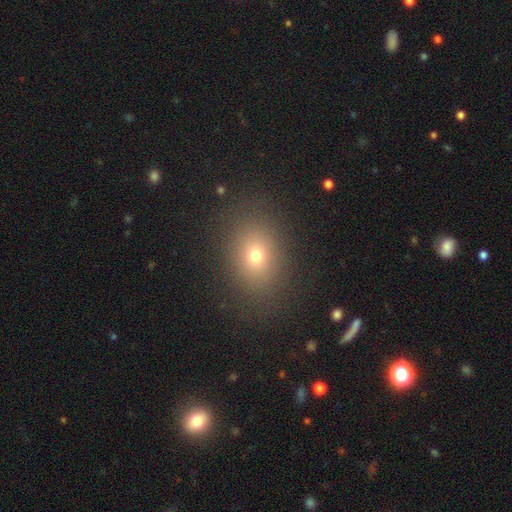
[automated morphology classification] smooth 72%, star or artifact 16%, featured or disk 12%. Down the decision tree: how rounded — in between (62%); merging — none (85%).